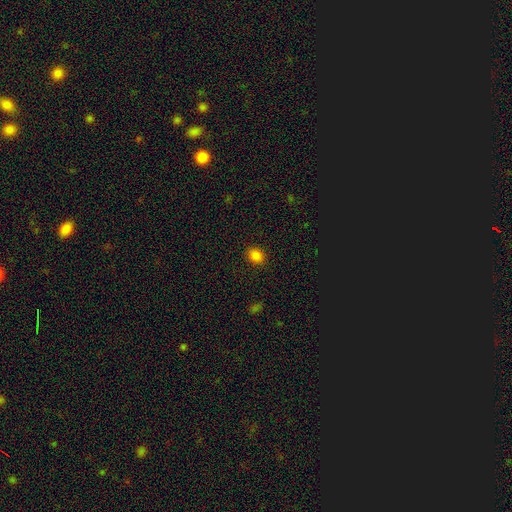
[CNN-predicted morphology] Q: Smooth or featured?
A: smooth (83%); runner-up: star or artifact (13%)
Q: How rounded?
A: in between (57%); runner-up: round (42%)
Q: Merging?
A: none (89%); runner-up: minor disturbance (8%)